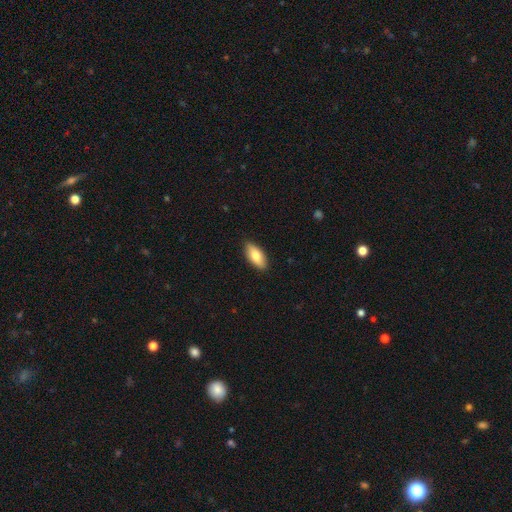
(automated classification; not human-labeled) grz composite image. It shows a smooth galaxy with no disk features (78%) that is in between round and cigar-shaped (87%). Merging: none (88%).